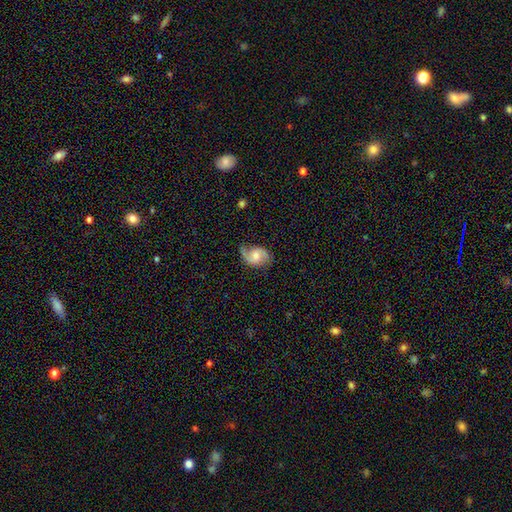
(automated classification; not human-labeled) Morphology: type=featured or disk (74%); edge-on=no (98%); bar=no (49%); spiral arms=yes (95%); winding=medium (45%); arm count=2 (79%); bulge=moderate (55%); merging=none (66%).